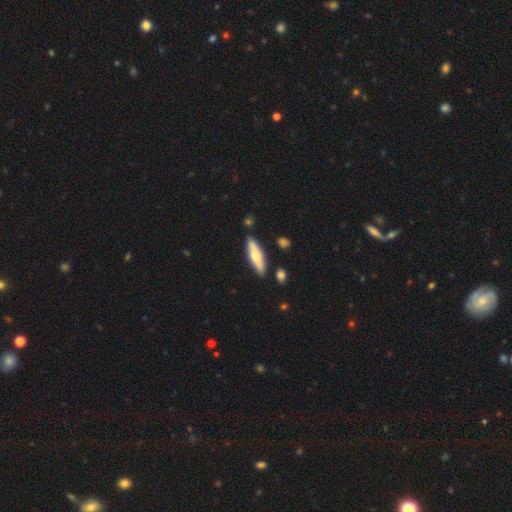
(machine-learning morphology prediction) Smooth or featured? Predicted: smooth (p=0.50). How rounded? Predicted: cigar-shaped (p=0.62). Merging? Predicted: none (p=0.84).